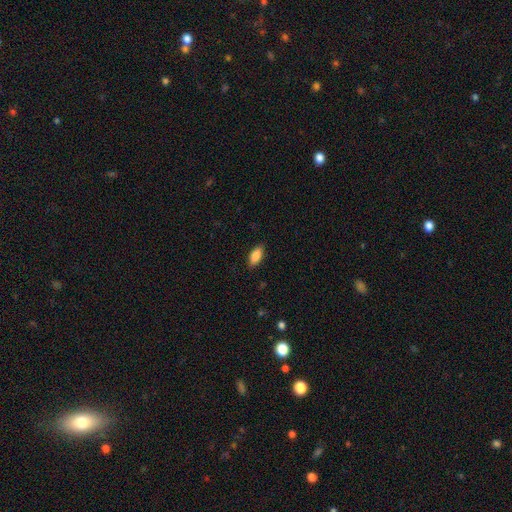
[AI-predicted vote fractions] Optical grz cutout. It shows a smooth galaxy with no disk features (85%) that is in between round and cigar-shaped (85%). Merging: none (87%).